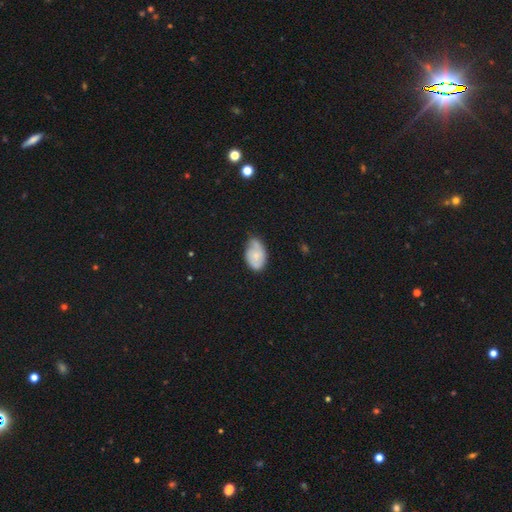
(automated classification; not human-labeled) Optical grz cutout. It shows a smooth galaxy with no disk features (57%) that is in between round and cigar-shaped (88%). Merging: none (46%).